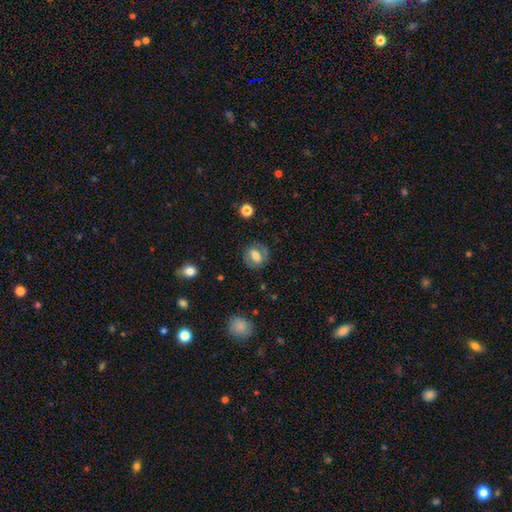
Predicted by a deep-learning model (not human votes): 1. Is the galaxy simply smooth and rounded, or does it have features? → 50% smooth, 41% featured or disk, 8% star or artifact.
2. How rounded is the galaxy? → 50% round, 48% in between, 3% cigar-shaped.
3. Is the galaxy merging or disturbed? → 77% none, 14% minor disturbance, 7% major disturbance, 2% merger.